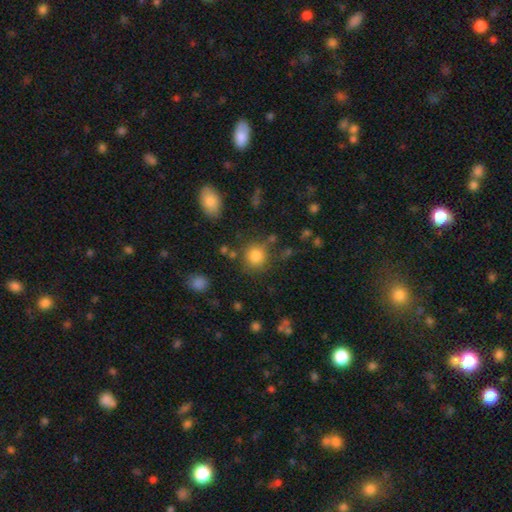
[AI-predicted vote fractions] Q: Smooth or featured?
A: smooth (82%); runner-up: star or artifact (11%)
Q: How rounded?
A: round (88%); runner-up: in between (11%)
Q: Merging?
A: none (75%); runner-up: minor disturbance (13%)